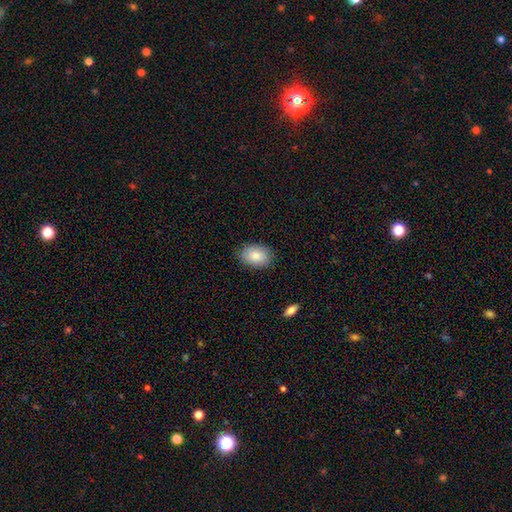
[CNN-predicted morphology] This appears to be a smooth galaxy with no disk features (84%) that is in between round and cigar-shaped (85%). Merging: none (85%).